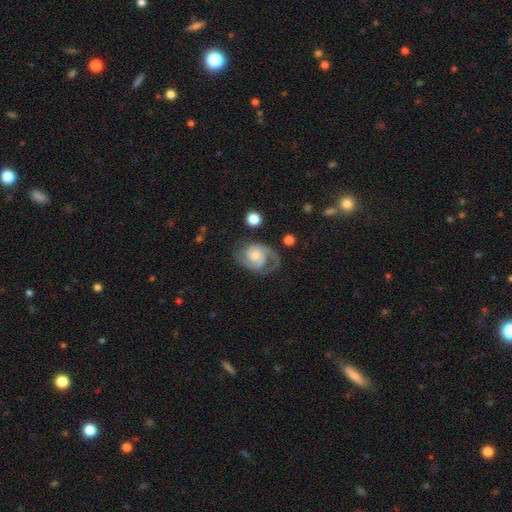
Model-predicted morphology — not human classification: Smooth or featured? featured or disk (83%)
Edge-on disk? no (98%)
Bar? no (67%)
Spiral arms? yes (96%)
Spiral winding? medium (49%)
Spiral arm count? 2 (80%)
Bulge size? small (47%)
Merging? none (63%)